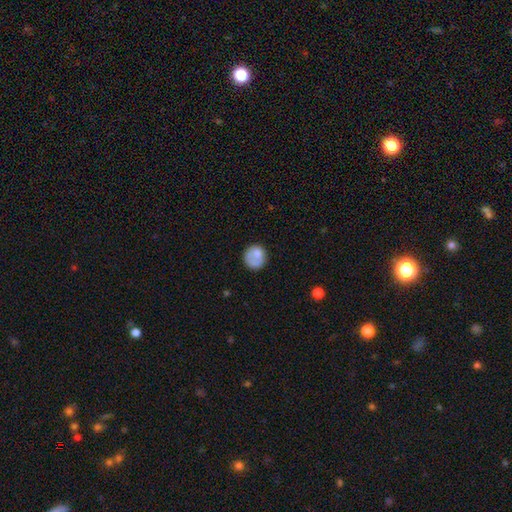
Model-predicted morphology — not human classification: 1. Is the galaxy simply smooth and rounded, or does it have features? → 72% smooth, 20% featured or disk, 8% star or artifact.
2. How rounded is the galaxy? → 81% round, 18% in between, 1% cigar-shaped.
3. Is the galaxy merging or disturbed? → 60% none, 21% minor disturbance, 14% major disturbance, 5% merger.